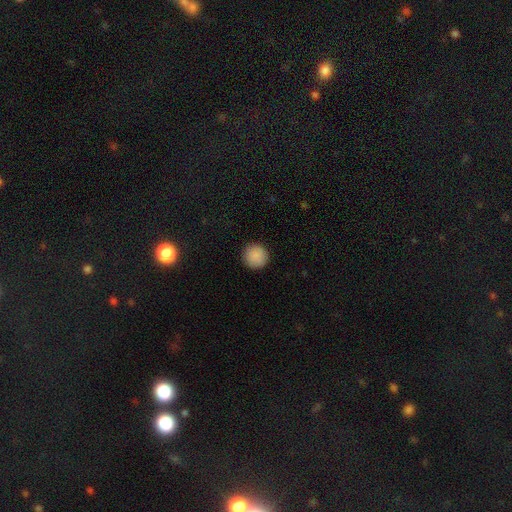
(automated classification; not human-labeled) Q: Smooth or featured?
A: smooth (90%); runner-up: star or artifact (7%)
Q: How rounded?
A: round (96%); runner-up: in between (3%)
Q: Merging?
A: none (92%); runner-up: minor disturbance (5%)